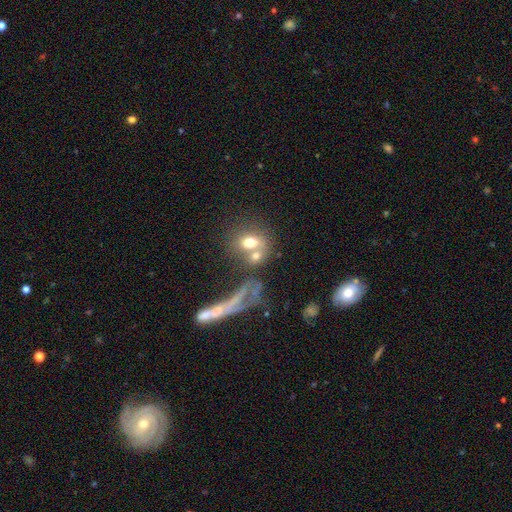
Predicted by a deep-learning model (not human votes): smooth_or_featured: smooth (p=0.62) [alt: featured or disk p=0.26]
how_rounded: in between (p=0.51) [alt: round p=0.44]
merging: merger (p=0.44) [alt: none p=0.34]